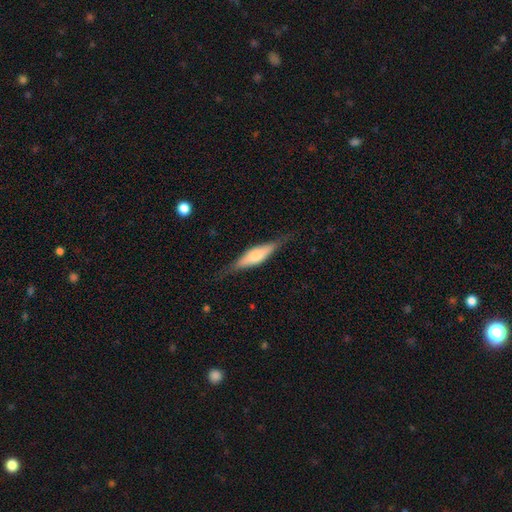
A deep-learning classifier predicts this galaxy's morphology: smooth_or_featured: featured or disk (p=0.50) [alt: smooth p=0.44]
disk_edge_on: yes (p=0.92) [alt: no p=0.08]
merging: none (p=0.78) [alt: minor disturbance p=0.16]